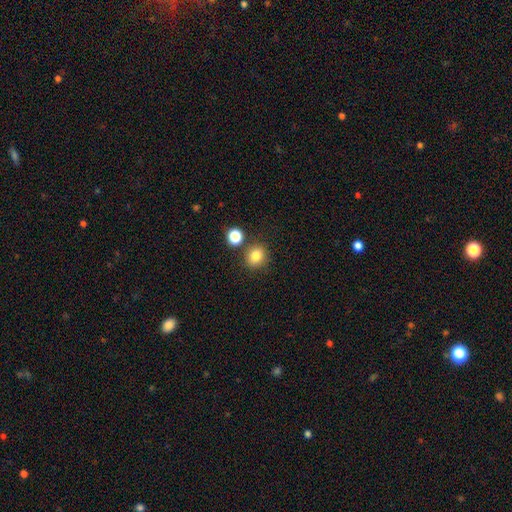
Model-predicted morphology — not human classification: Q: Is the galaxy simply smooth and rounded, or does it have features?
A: smooth — 81%.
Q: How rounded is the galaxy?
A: round — 78%.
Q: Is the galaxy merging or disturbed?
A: none — 79%.